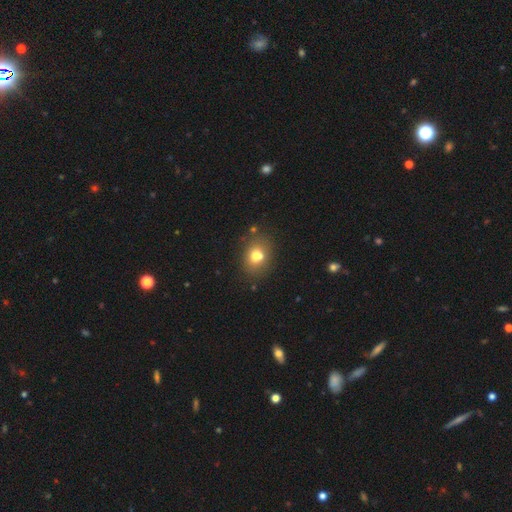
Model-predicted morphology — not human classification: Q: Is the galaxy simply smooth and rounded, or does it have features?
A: smooth — 74%.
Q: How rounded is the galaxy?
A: in between — 60%.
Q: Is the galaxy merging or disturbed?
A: none — 68%.